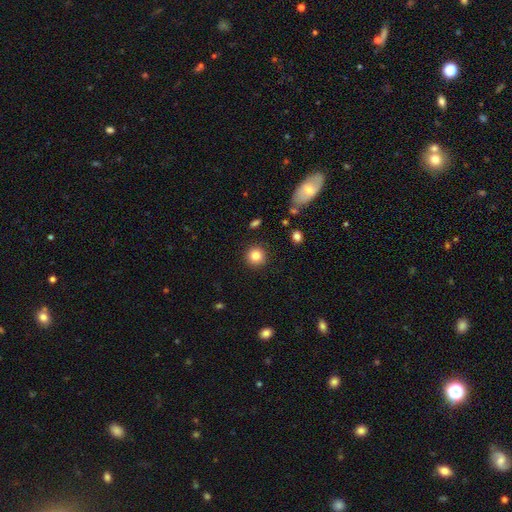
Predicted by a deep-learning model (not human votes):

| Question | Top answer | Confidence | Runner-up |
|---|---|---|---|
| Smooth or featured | smooth | 83% | star or artifact (10%) |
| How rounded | round | 94% | in between (5%) |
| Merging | none | 91% | minor disturbance (6%) |